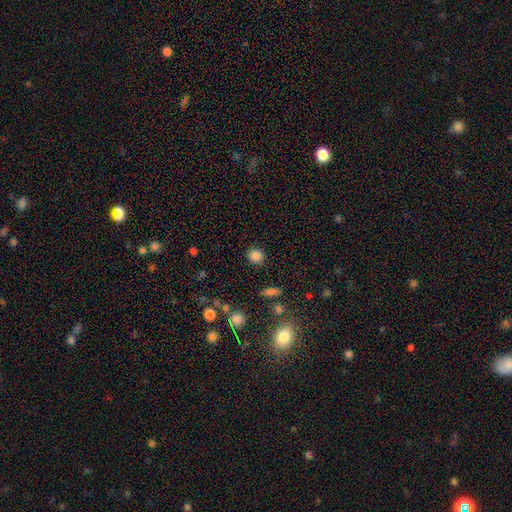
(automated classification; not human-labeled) smooth_or_featured: smooth (p=0.84) [alt: star or artifact p=0.11]
how_rounded: round (p=0.89) [alt: in between p=0.10]
merging: none (p=0.90) [alt: minor disturbance p=0.06]